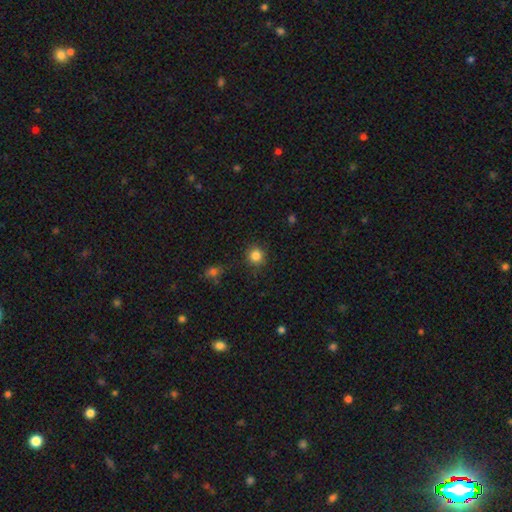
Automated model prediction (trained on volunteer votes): smooth_or_featured: smooth (p=0.84) [alt: star or artifact p=0.12]
how_rounded: round (p=0.93) [alt: in between p=0.06]
merging: none (p=0.89) [alt: minor disturbance p=0.07]